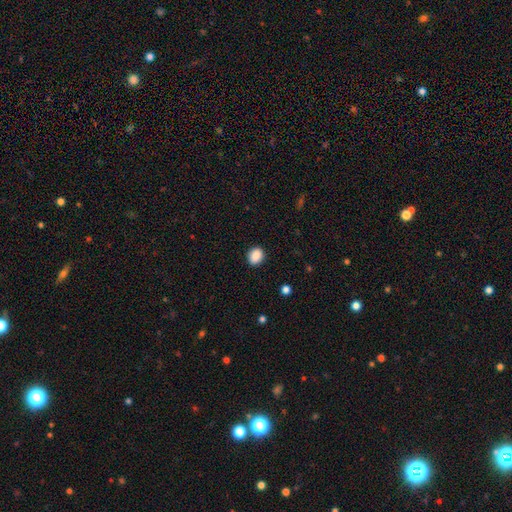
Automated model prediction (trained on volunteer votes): Smooth or featured: smooth — 88% (star or artifact — 8%)
How rounded: in between — 51% (round — 48%)
Merging: none — 89% (minor disturbance — 8%)